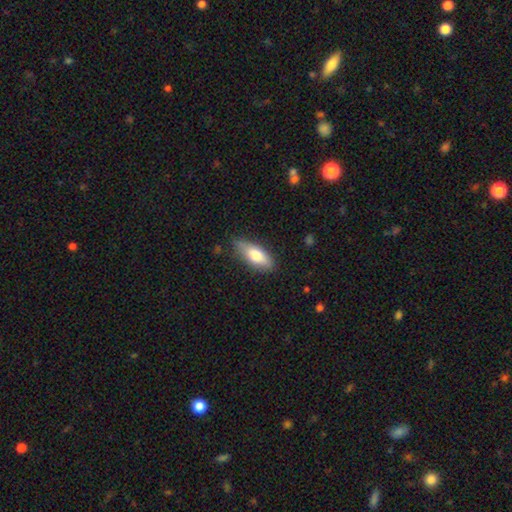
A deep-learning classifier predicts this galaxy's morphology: Smooth or featured: smooth — 71% (featured or disk — 23%)
How rounded: in between — 70% (cigar-shaped — 27%)
Merging: none — 77% (minor disturbance — 19%)